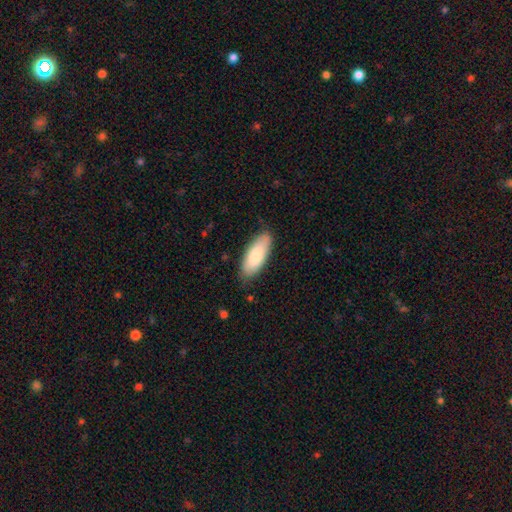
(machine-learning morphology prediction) The model was most divided on "how rounded": in between: 78%, cigar-shaped: 20%, round: 2%. More confident: smooth or featured — smooth (83%); merging — none (82%).